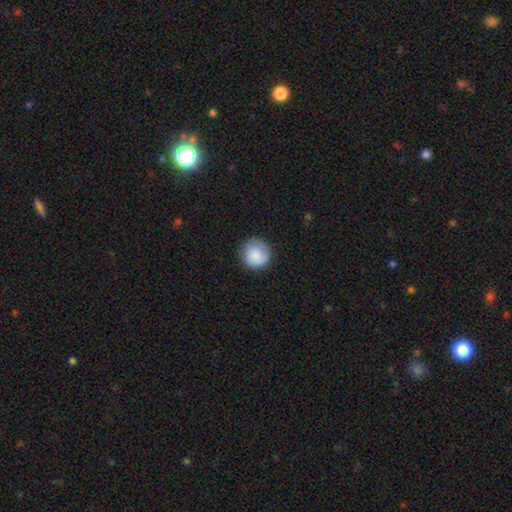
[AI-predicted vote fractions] Q: Smooth or featured?
A: smooth (84%); runner-up: featured or disk (10%)
Q: How rounded?
A: round (94%); runner-up: in between (5%)
Q: Merging?
A: none (82%); runner-up: minor disturbance (14%)